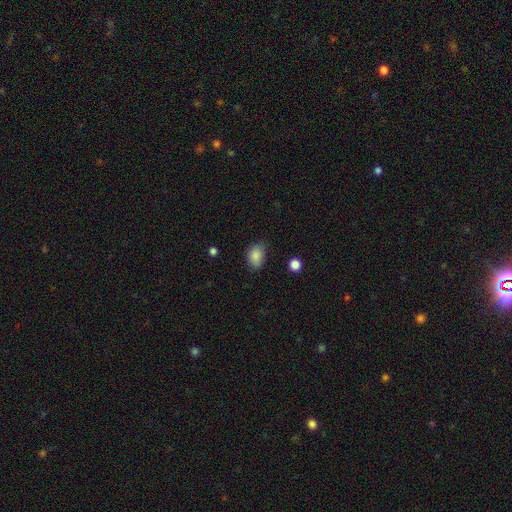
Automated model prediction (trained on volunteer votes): This appears to be a smooth galaxy with no disk features (86%) that is in between round and cigar-shaped (79%). Merging: none (66%).